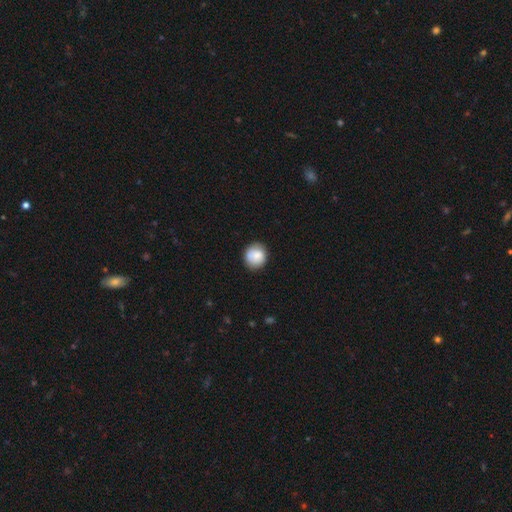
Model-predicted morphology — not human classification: smooth 81%, featured or disk 11%, star or artifact 7%. Down the decision tree: how rounded — round (88%); merging — none (80%).